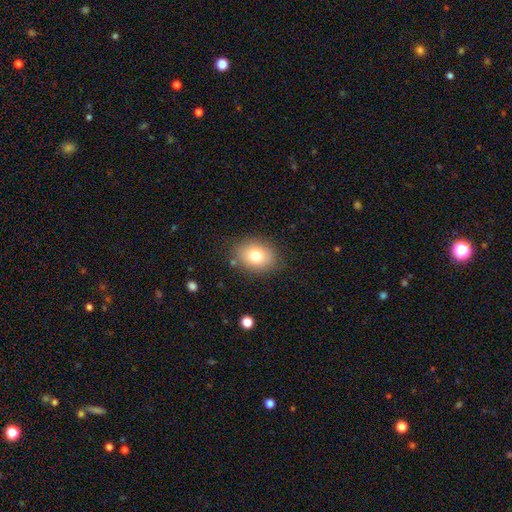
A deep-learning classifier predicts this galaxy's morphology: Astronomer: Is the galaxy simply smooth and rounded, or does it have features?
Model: smooth — 77%.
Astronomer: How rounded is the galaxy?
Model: in between — 62% (runner-up: round, 37%).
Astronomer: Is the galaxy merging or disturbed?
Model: none — 83%.